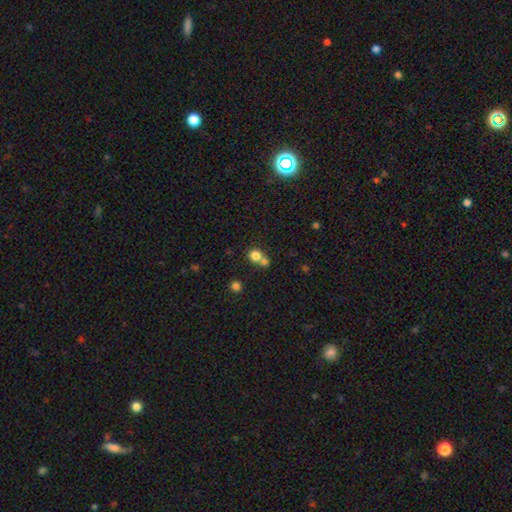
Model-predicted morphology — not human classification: Smooth or featured?
  - smooth: 79% *
  - star or artifact: 12%
  - featured or disk: 10%
How rounded?
  - round: 80% *
  - in between: 19%
  - cigar-shaped: 1%
Merging?
  - merger: 50% *
  - none: 41%
  - minor disturbance: 7%
  - major disturbance: 3%